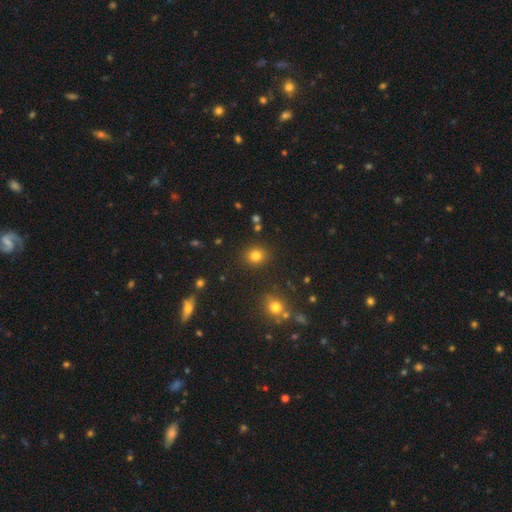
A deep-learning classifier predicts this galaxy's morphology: Q: Smooth or featured?
A: smooth (81%); runner-up: star or artifact (14%)
Q: How rounded?
A: round (79%); runner-up: in between (20%)
Q: Merging?
A: none (87%); runner-up: minor disturbance (7%)